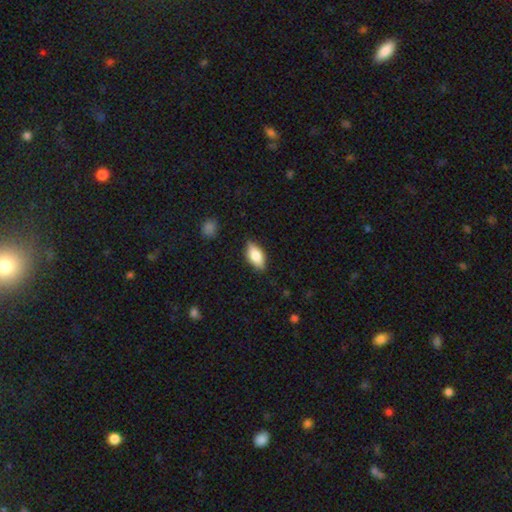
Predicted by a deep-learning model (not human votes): Smooth or featured: smooth — 77% (featured or disk — 16%)
How rounded: in between — 87% (cigar-shaped — 10%)
Merging: none — 84% (minor disturbance — 12%)